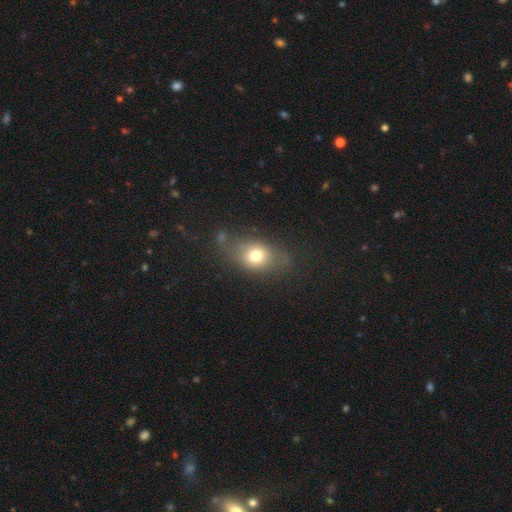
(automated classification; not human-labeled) Overall: smooth (72%). How rounded: in between (59%; round 39%). Merging: none (63%).